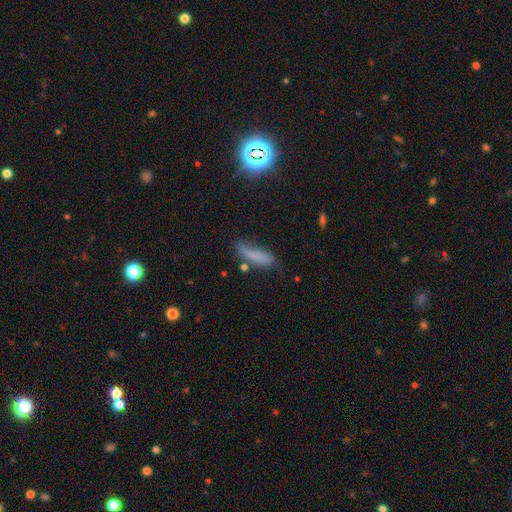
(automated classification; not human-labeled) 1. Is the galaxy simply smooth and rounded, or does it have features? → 70% smooth, 17% featured or disk, 13% star or artifact.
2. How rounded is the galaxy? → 65% cigar-shaped, 32% in between, 3% round.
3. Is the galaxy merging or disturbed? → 50% none, 30% minor disturbance, 13% major disturbance, 7% merger.